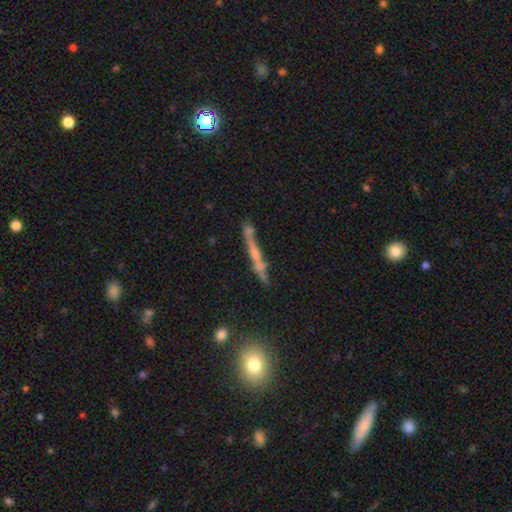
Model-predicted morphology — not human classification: Smooth or featured: featured or disk — 60% (smooth — 28%)
Edge-on disk: yes — 89% (no — 11%)
Edge-on bulge: rounded — 45% (none — 43%)
Merging: none — 67% (minor disturbance — 16%)